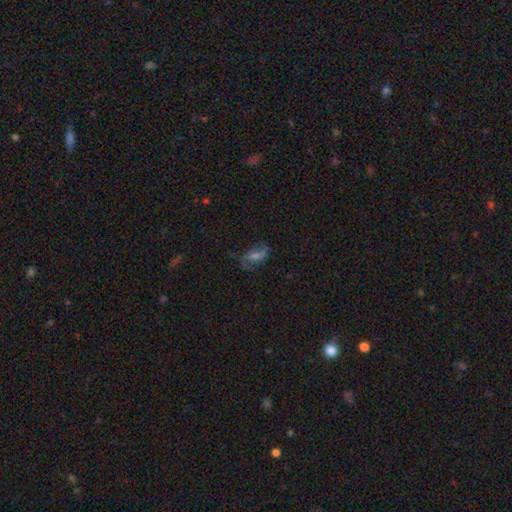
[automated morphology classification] Smooth or featured?
  - featured or disk: 61% *
  - smooth: 24%
  - star or artifact: 14%
Edge-on disk?
  - no: 94% *
  - yes: 6%
Bar?
  - weak: 42% *
  - no: 39%
  - strong: 19%
Spiral arms?
  - yes: 90% *
  - no: 10%
Spiral winding?
  - loose: 46% *
  - medium: 40%
  - tight: 14%
Spiral arm count?
  - 2: 85% *
  - can't tell: 7%
  - 1: 4%
  - 3: 2%
  - 4: 1%
  - more than 4: 1%
Bulge size?
  - moderate: 45% *
  - small: 32%
  - large: 11%
  - none: 9%
  - dominant: 2%
Merging?
  - none: 70% *
  - minor disturbance: 18%
  - major disturbance: 10%
  - merger: 2%